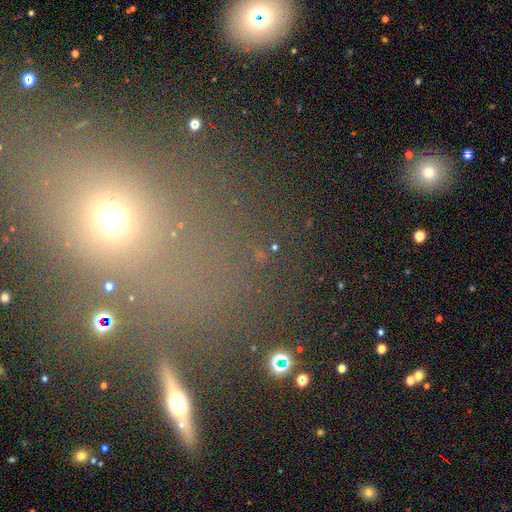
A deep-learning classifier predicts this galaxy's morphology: Q: Smooth or featured?
A: star or artifact (46%); runner-up: smooth (37%)